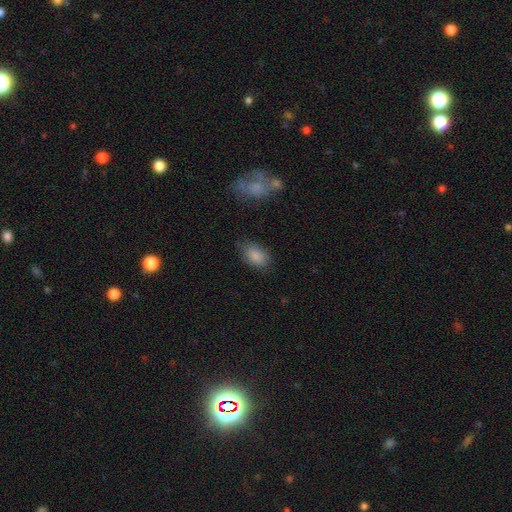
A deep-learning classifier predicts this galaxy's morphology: This is clearly a smooth galaxy (87%). How rounded: clearly in between (90%). Merging: likely none (73%).